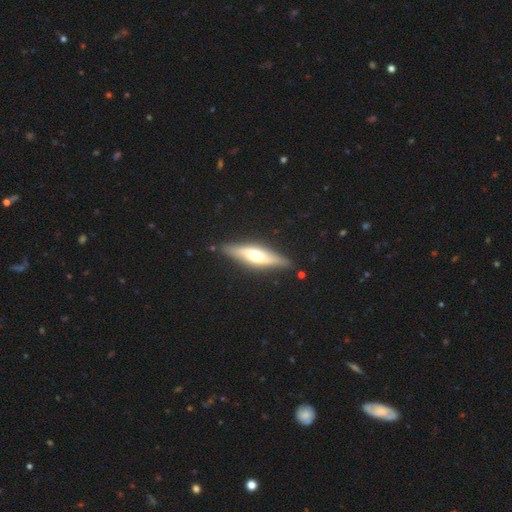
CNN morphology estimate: type=featured or disk (56%); edge-on=yes (83%); merging=none (85%).